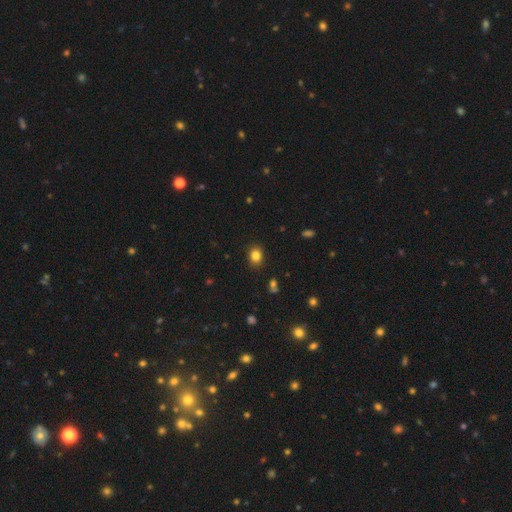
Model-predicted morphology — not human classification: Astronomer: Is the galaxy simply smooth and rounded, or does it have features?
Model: smooth — 83%.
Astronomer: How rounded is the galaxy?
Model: in between — 50% (runner-up: round, 49%).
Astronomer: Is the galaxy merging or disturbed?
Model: none — 88%.